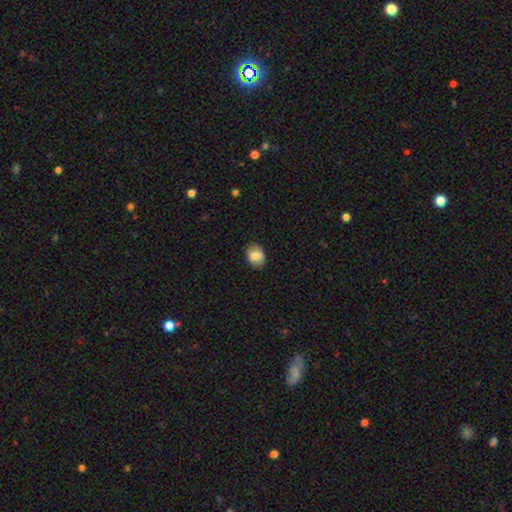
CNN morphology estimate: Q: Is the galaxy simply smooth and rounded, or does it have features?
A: smooth — 80%.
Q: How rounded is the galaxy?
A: in between — 71%.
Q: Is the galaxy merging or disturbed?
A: none — 83%.